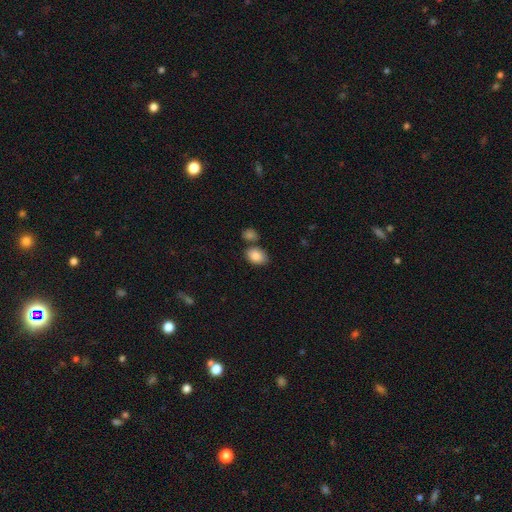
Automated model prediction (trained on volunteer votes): Smooth or featured? smooth (87%)
How rounded? in between (80%)
Merging? none (65%)